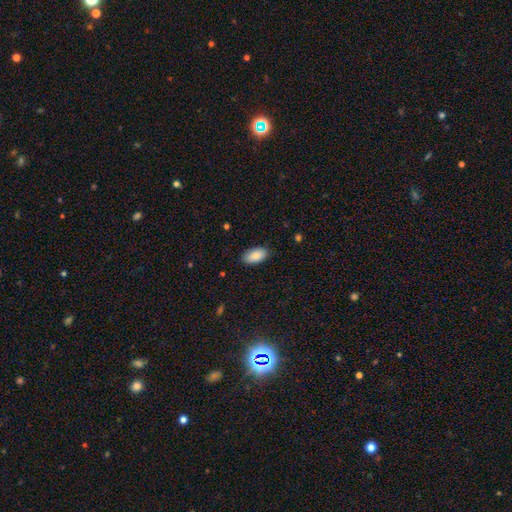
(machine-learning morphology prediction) Overall: smooth (86%). How rounded: in between (95%). Merging: none (87%).